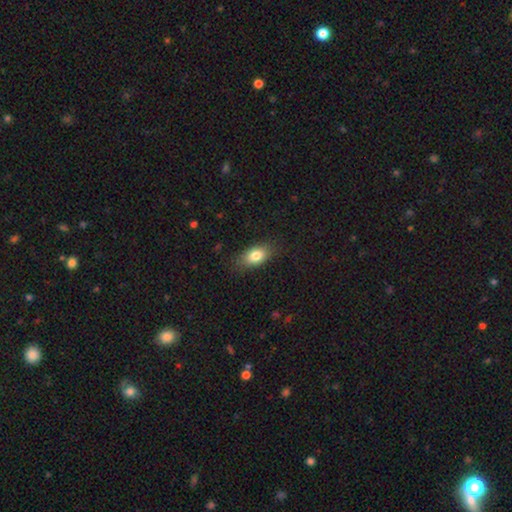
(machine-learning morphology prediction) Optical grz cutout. It shows a smooth galaxy with no disk features (81%) that is in between round and cigar-shaped (86%). Merging: none (82%).